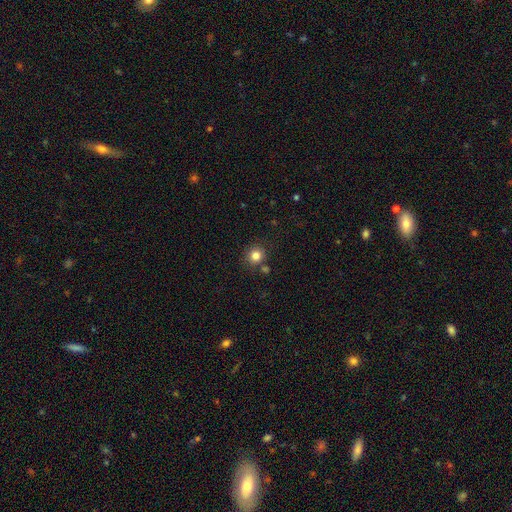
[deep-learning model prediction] This appears to be a smooth galaxy with no disk features (82%) that is round (89%). Merging: none (80%).